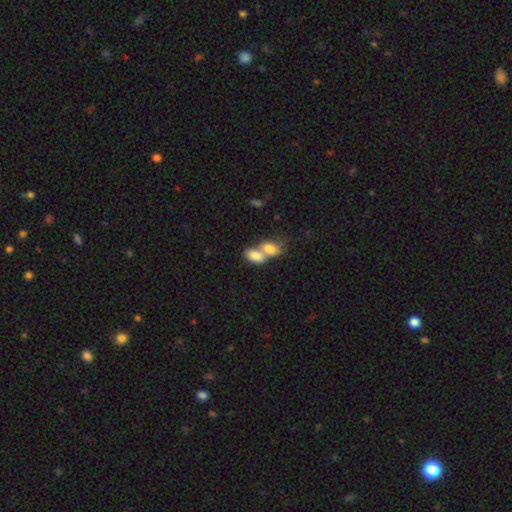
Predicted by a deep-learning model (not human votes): smooth-or-featured: smooth: 80% | featured or disk: 12% | star or artifact: 8%
  how-rounded: in between: 86% | round: 11% | cigar-shaped: 2%
  merging: merger: 75% | none: 16% | minor disturbance: 6% | major disturbance: 4%